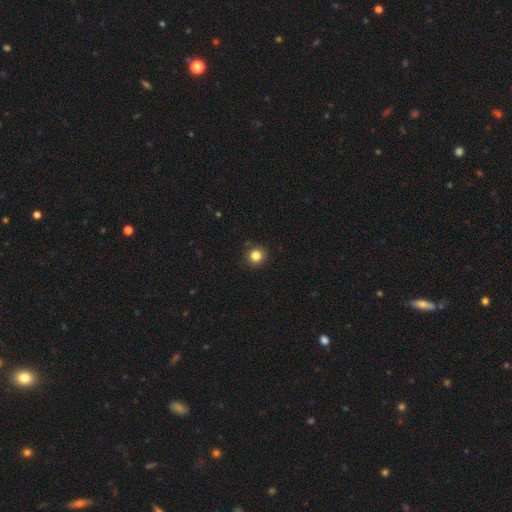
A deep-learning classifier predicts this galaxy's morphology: Smooth or featured: smooth — 83% (star or artifact — 12%)
How rounded: round — 94% (in between — 6%)
Merging: none — 91% (minor disturbance — 6%)